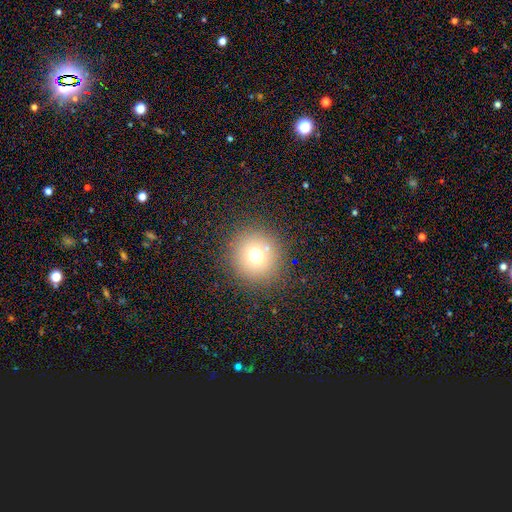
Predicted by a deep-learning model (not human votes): Smooth or featured? smooth (71%)
How rounded? round (92%)
Merging? none (86%)